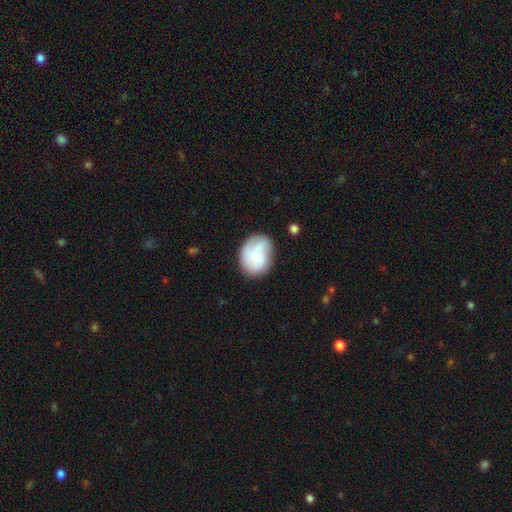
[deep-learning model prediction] Smooth or featured? smooth (56%)
How rounded? in between (52%)
Merging? none (63%)